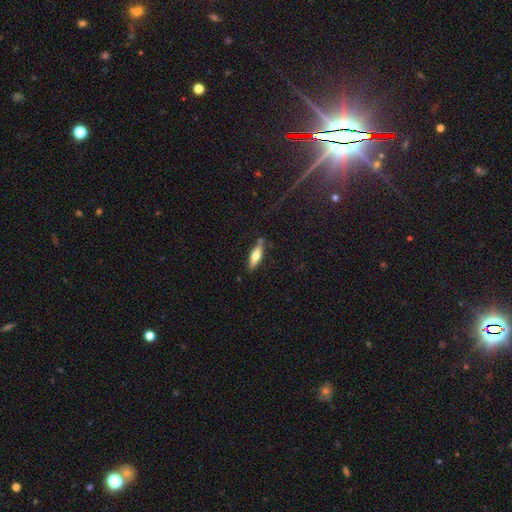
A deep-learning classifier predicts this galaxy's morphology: This is possibly a smooth galaxy (54%). How rounded: likely cigar-shaped (64%). Merging: likely none (79%).